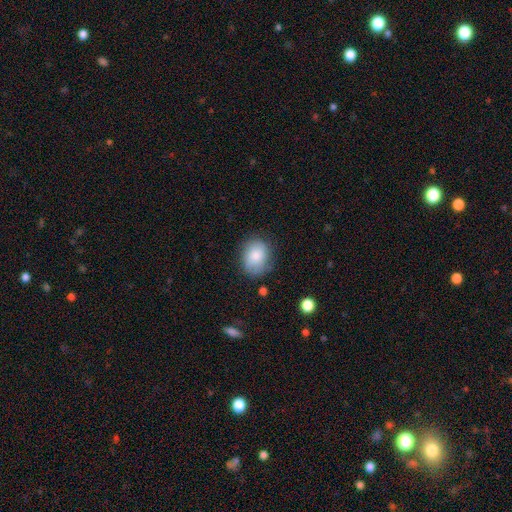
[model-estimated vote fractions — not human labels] Overall: smooth (81%). How rounded: in between (52%; round 47%). Merging: none (71%).